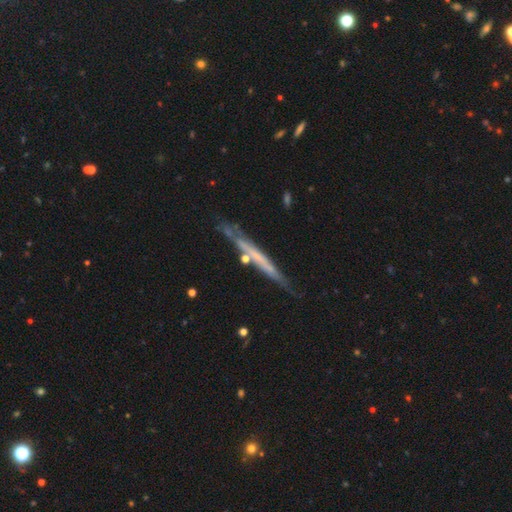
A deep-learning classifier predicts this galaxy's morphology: The model was most divided on "smooth or featured": featured or disk: 60%, smooth: 33%, star or artifact: 7%. More confident: edge-on disk — yes (92%); edge-on bulge — none (83%); merging — none (75%).